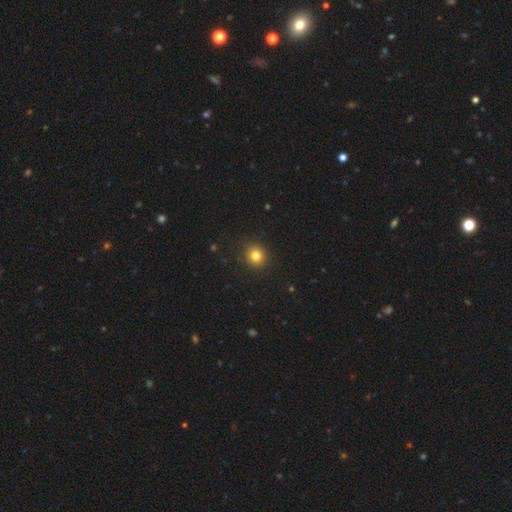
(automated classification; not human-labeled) This appears to be a smooth galaxy with no disk features (81%) that is round (89%). Merging: none (91%).